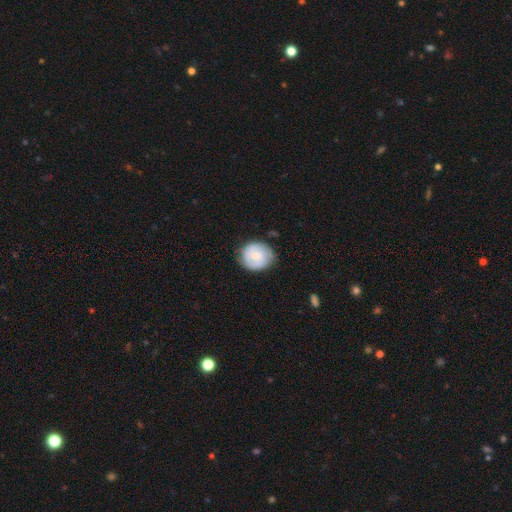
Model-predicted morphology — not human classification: Q: Smooth or featured?
A: smooth (55%); runner-up: featured or disk (39%)
Q: How rounded?
A: round (84%); runner-up: in between (15%)
Q: Merging?
A: none (74%); runner-up: minor disturbance (20%)